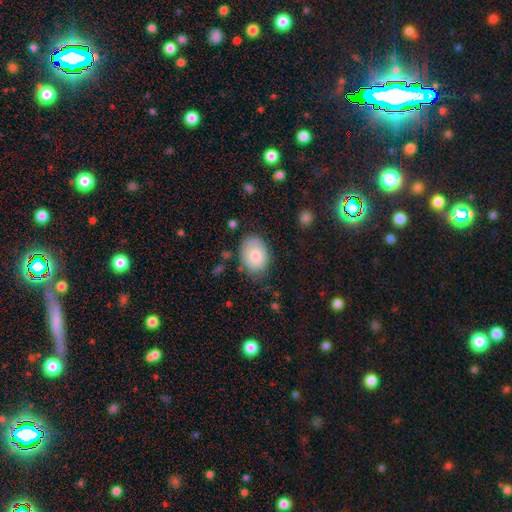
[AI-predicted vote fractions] Smooth or featured? smooth (78%)
How rounded? in between (76%)
Merging? none (73%)